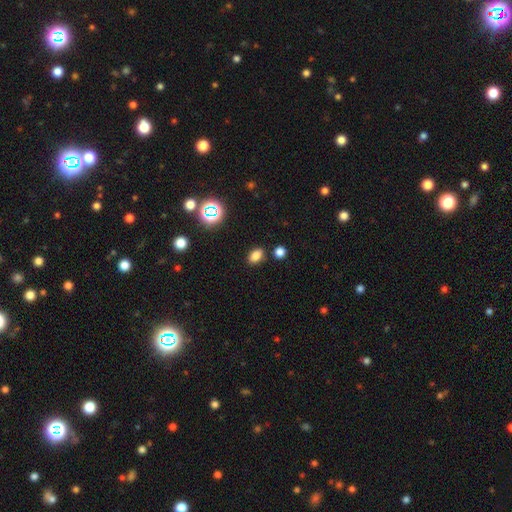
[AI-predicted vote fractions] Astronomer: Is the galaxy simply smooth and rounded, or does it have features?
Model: smooth — 78%.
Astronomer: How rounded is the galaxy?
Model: in between — 82%.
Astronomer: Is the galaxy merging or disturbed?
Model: none — 83%.